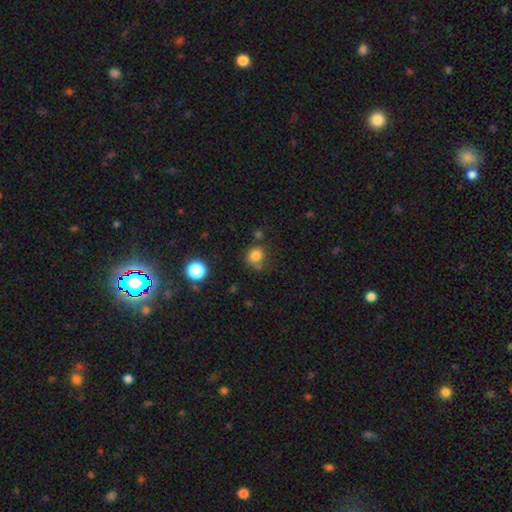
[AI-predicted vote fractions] smooth 80%, star or artifact 14%, featured or disk 6%. Down the decision tree: how rounded — round (83%); merging — none (66%).